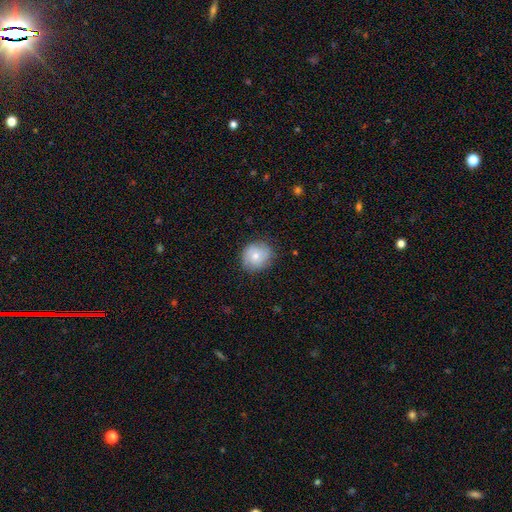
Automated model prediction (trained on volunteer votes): Smooth or featured: smooth — 65% (featured or disk — 28%)
How rounded: round — 81% (in between — 18%)
Merging: none — 79% (minor disturbance — 16%)